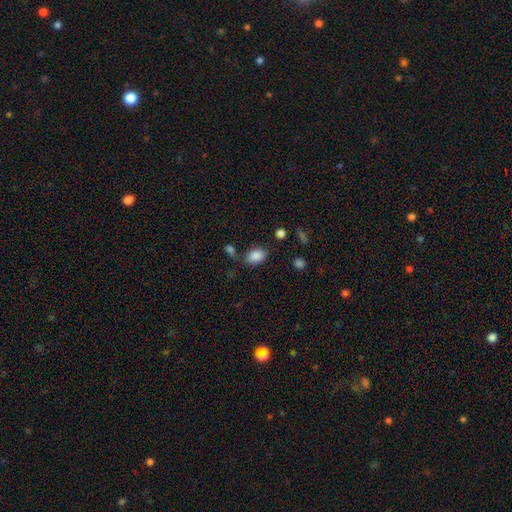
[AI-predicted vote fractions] Smooth or featured? smooth (86%)
How rounded? in between (85%)
Merging? none (70%)